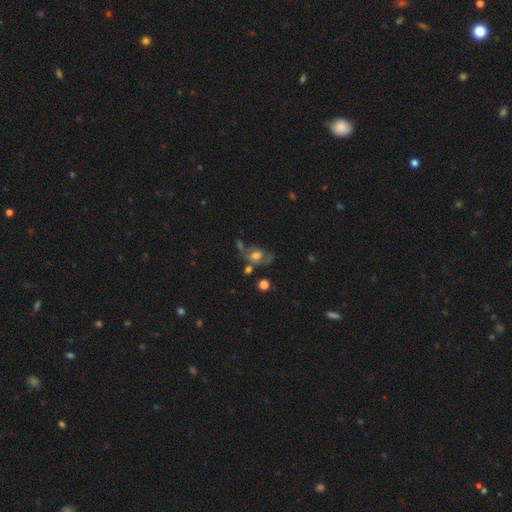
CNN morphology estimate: Smooth or featured?
  - smooth: 45% *
  - featured or disk: 43%
  - star or artifact: 12%
Merging?
  - none: 38% *
  - major disturbance: 23%
  - minor disturbance: 23%
  - merger: 16%